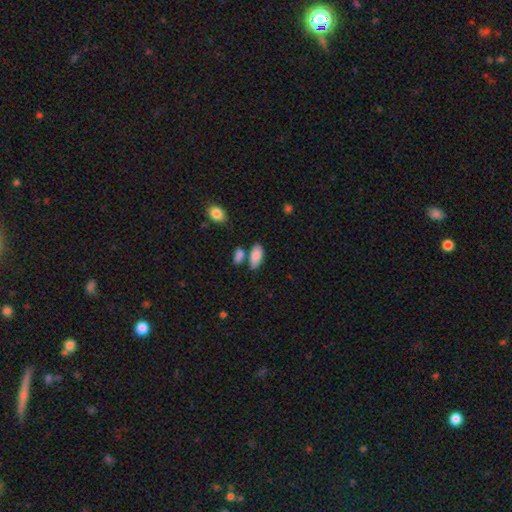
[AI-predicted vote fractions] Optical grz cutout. It shows a smooth galaxy with no disk features (87%) that is in between round and cigar-shaped (90%). Merging: none (60%).